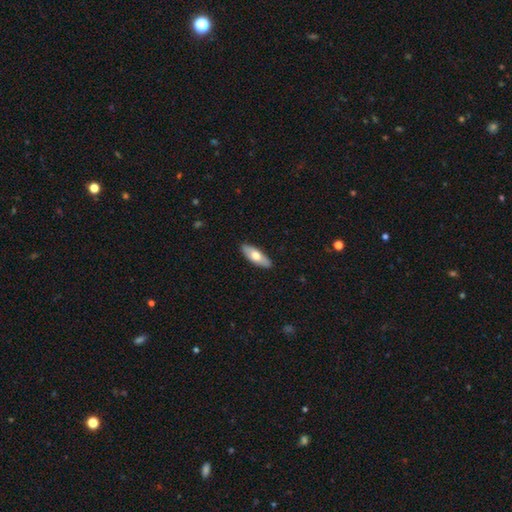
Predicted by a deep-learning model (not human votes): A smooth galaxy with no disk features (63%) that is in between round and cigar-shaped (70%).

Vote fractions:
- Smooth or featured? smooth: 63% / featured or disk: 32% / star or artifact: 5%
- How rounded? in between: 70% / cigar-shaped: 28% / round: 2%
- Merging? none: 89% / minor disturbance: 8% / major disturbance: 2% / merger: 1%